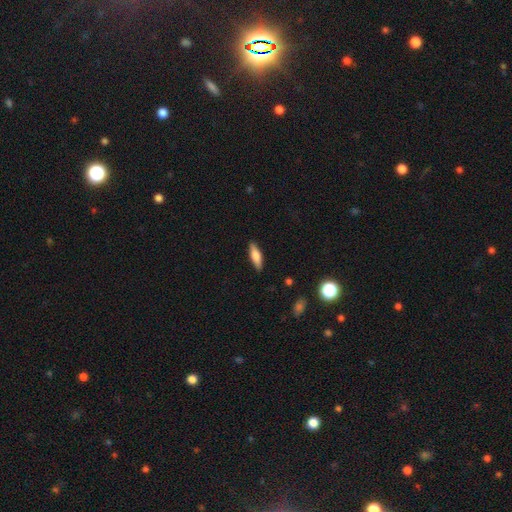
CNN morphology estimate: Smooth or featured? Predicted: smooth (p=0.73). How rounded? Predicted: cigar-shaped (p=0.55). Merging? Predicted: none (p=0.88).